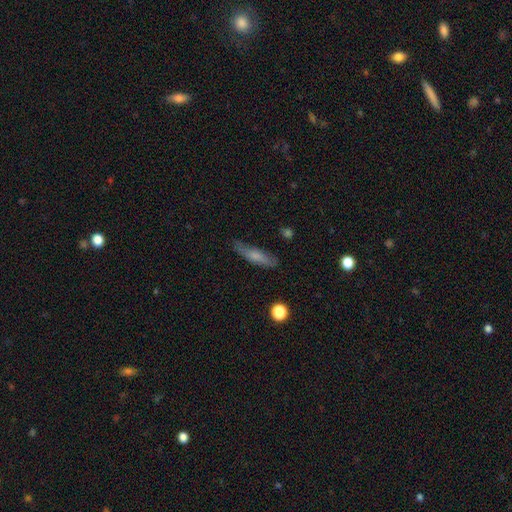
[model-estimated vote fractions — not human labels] This appears to be a smooth galaxy with no disk features (64%) that is cigar-shaped (72%). Merging: none (74%).